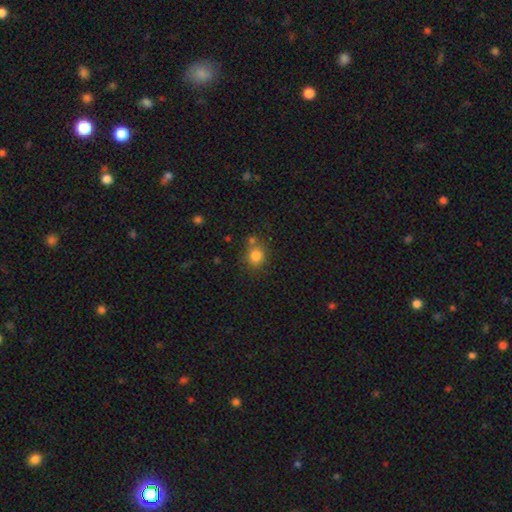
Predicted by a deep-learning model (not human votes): A smooth galaxy with no disk features (82%) that is round (79%).

Vote fractions:
- Smooth or featured? smooth: 82% / star or artifact: 12% / featured or disk: 7%
- How rounded? round: 79% / in between: 20% / cigar-shaped: 1%
- Merging? none: 67% / merger: 16% / minor disturbance: 13% / major disturbance: 4%